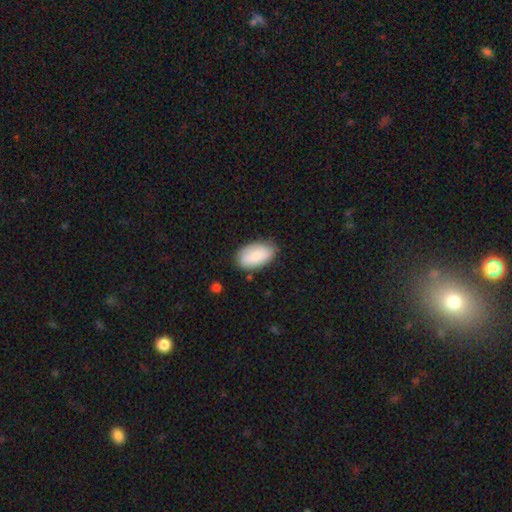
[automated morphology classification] type=smooth (83%); roundness=in between (94%); merging=none (77%).